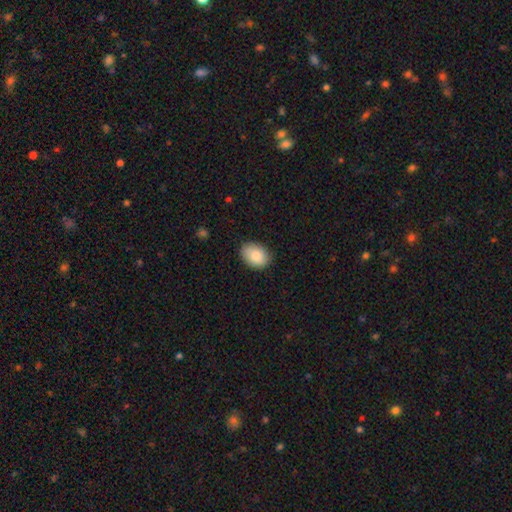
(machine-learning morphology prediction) type=smooth (85%); roundness=in between (76%); merging=none (85%).